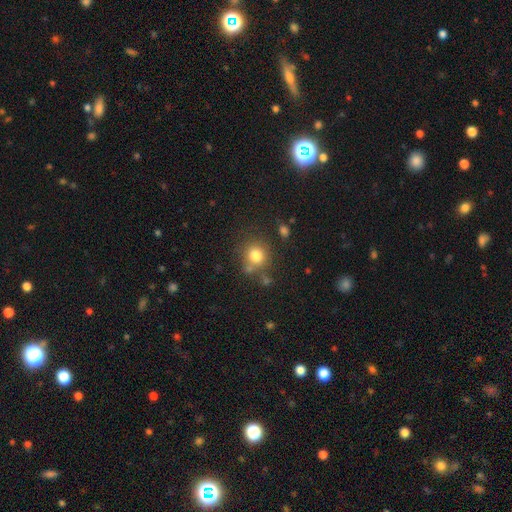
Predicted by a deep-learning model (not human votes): A smooth galaxy with no disk features (79%) that is round (85%).

Vote fractions:
- Smooth or featured? smooth: 79% / star or artifact: 12% / featured or disk: 8%
- How rounded? round: 85% / in between: 14% / cigar-shaped: 1%
- Merging? none: 70% / minor disturbance: 14% / merger: 10% / major disturbance: 6%